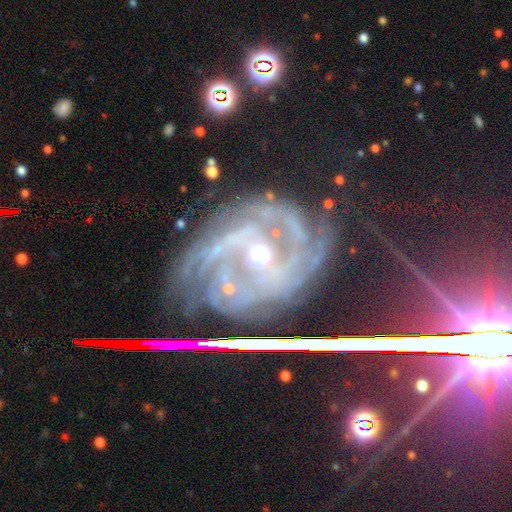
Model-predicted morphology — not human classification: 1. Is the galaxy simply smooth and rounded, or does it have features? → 82% featured or disk, 14% star or artifact, 5% smooth.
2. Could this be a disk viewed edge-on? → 96% no, 4% yes.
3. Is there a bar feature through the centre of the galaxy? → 43% no, 32% weak, 25% strong.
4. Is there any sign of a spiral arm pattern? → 98% yes, 2% no.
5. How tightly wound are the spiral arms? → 66% tight, 29% medium, 6% loose.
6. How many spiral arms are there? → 29% 3, 18% can't tell, 18% 4, 17% 2, 11% more than 4, 8% 1.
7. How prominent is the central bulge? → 50% moderate, 46% small, 2% large, 1% none, 1% dominant.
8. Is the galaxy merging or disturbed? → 70% none, 17% minor disturbance, 10% major disturbance, 3% merger.